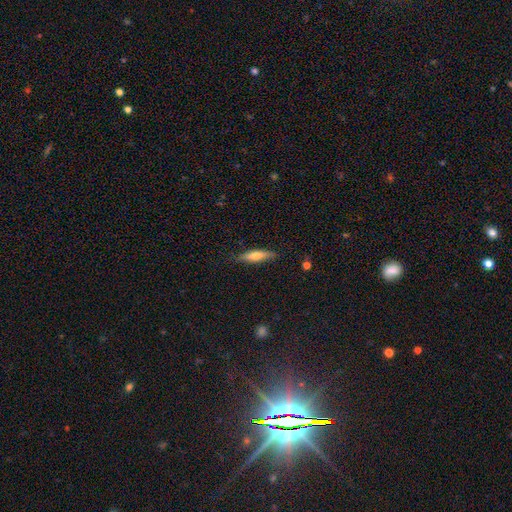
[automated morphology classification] smooth_or_featured: smooth (p=0.64) [alt: featured or disk p=0.30]
how_rounded: cigar-shaped (p=0.76) [alt: in between p=0.22]
merging: none (p=0.84) [alt: minor disturbance p=0.13]